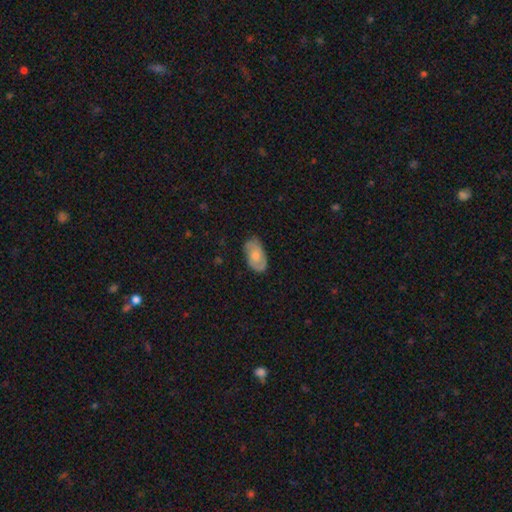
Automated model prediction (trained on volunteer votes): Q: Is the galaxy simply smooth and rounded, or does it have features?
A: smooth — 56%.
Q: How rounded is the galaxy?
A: in between — 93%.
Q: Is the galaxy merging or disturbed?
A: none — 75%.